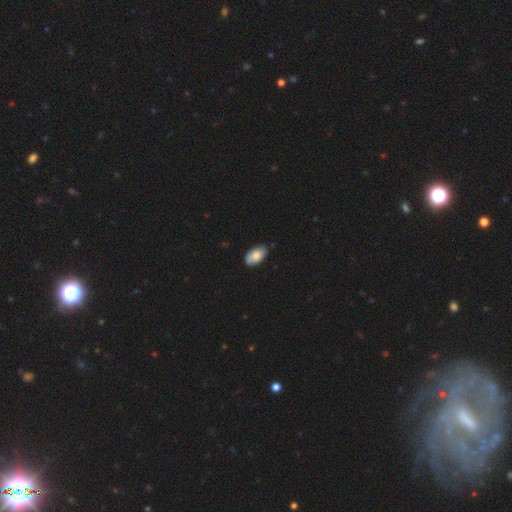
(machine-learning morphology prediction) Q: Smooth or featured?
A: smooth (81%); runner-up: featured or disk (12%)
Q: How rounded?
A: in between (95%); runner-up: round (3%)
Q: Merging?
A: none (82%); runner-up: minor disturbance (15%)